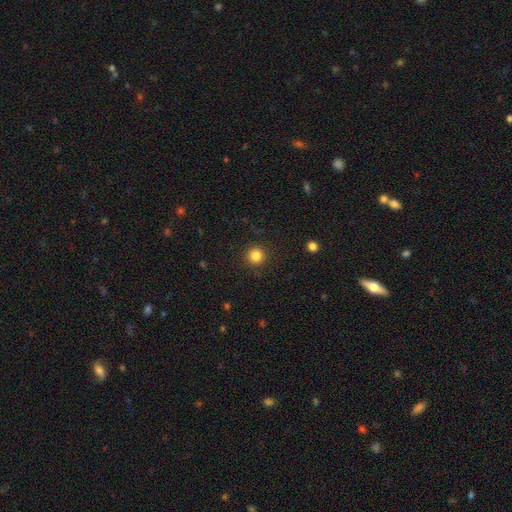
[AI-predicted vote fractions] Smooth or featured?
  - smooth: 84% *
  - star or artifact: 12%
  - featured or disk: 5%
How rounded?
  - round: 95% *
  - in between: 4%
  - cigar-shaped: 1%
Merging?
  - none: 91% *
  - minor disturbance: 6%
  - major disturbance: 2%
  - merger: 1%